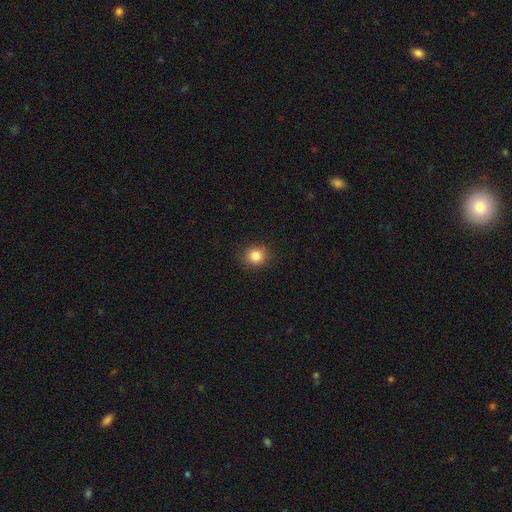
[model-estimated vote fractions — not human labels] Overall: smooth (84%). How rounded: round (85%). Merging: none (89%).